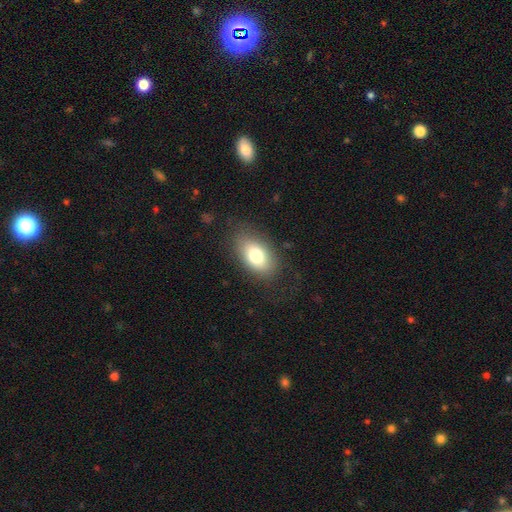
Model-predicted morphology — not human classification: Q: Smooth or featured?
A: smooth (77%); runner-up: featured or disk (15%)
Q: How rounded?
A: in between (89%); runner-up: round (9%)
Q: Merging?
A: none (79%); runner-up: minor disturbance (14%)